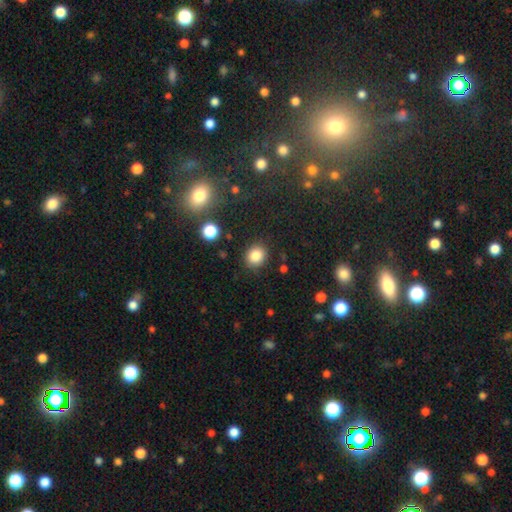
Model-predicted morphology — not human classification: Q: Smooth or featured?
A: smooth (84%); runner-up: star or artifact (11%)
Q: How rounded?
A: round (74%); runner-up: in between (25%)
Q: Merging?
A: none (87%); runner-up: minor disturbance (9%)